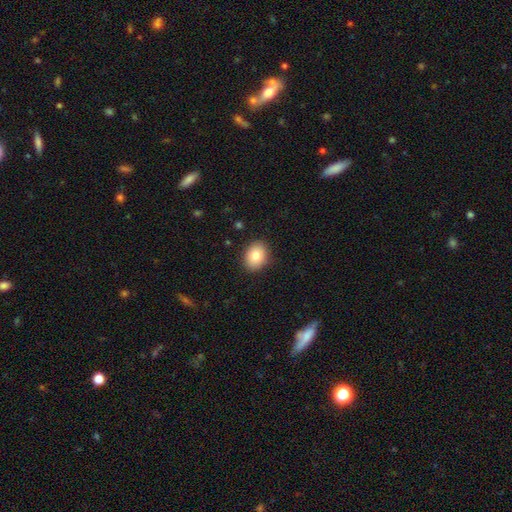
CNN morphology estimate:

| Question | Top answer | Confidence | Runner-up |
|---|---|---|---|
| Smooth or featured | smooth | 82% | featured or disk (10%) |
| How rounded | in between | 60% | round (40%) |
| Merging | none | 89% | minor disturbance (8%) |